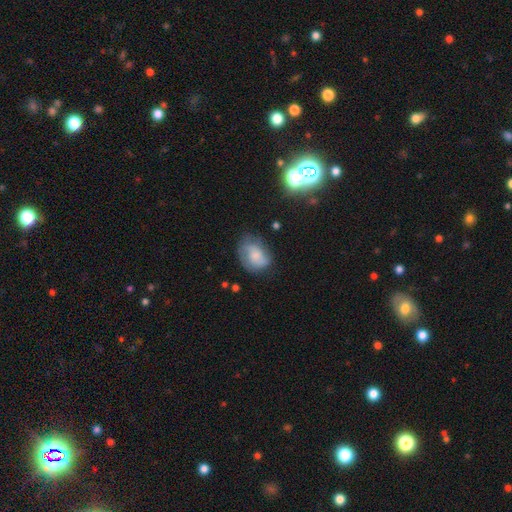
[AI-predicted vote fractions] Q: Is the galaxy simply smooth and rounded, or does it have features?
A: smooth — 59%.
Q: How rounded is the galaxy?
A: in between — 67%.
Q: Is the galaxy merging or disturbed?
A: none — 54%.